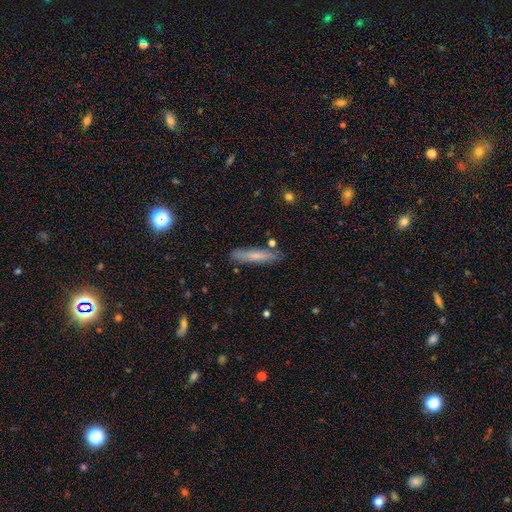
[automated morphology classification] A smooth galaxy with no disk features (67%) that is cigar-shaped (87%).

Vote fractions:
- Smooth or featured? smooth: 67% / featured or disk: 26% / star or artifact: 7%
- How rounded? cigar-shaped: 87% / in between: 12% / round: 2%
- Merging? none: 81% / minor disturbance: 13% / merger: 3% / major disturbance: 3%